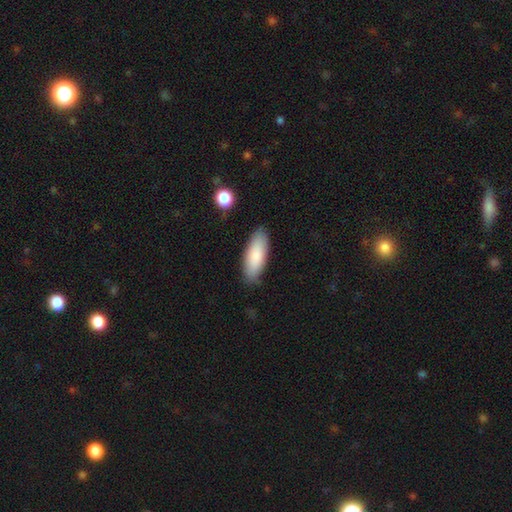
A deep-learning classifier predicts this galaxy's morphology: Overall: smooth (84%). How rounded: in between (75%). Merging: none (83%).